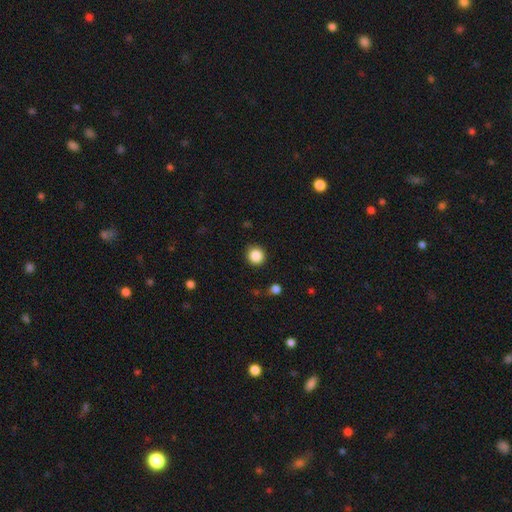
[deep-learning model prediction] Morphology: type=smooth (87%); roundness=round (92%); merging=none (89%).